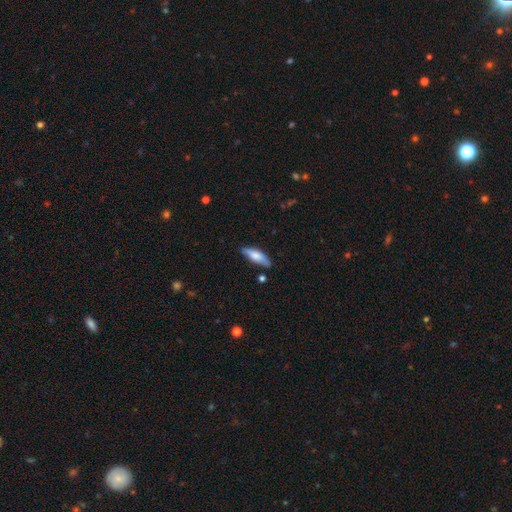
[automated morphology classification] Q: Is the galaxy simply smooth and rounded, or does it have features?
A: smooth — 74%.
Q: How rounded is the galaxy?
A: in between — 57%.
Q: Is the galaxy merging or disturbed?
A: none — 73%.